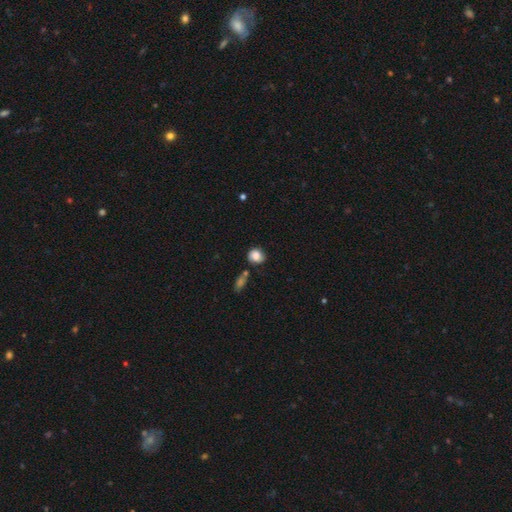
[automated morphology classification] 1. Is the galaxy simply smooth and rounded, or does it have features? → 84% smooth, 9% star or artifact, 7% featured or disk.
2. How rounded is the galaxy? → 74% round, 24% in between, 1% cigar-shaped.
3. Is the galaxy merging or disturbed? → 66% none, 20% minor disturbance, 9% merger, 5% major disturbance.